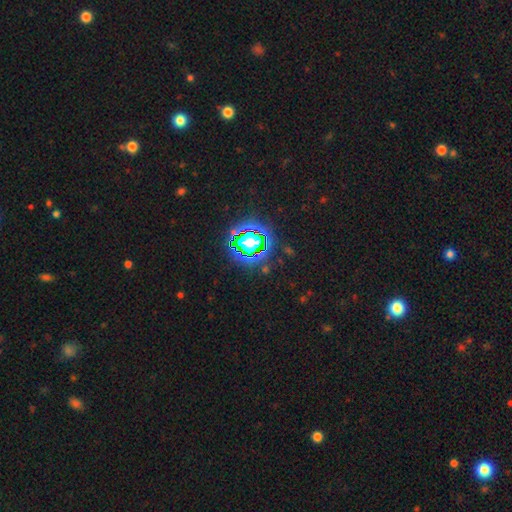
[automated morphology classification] Overall: star or artifact (83%).